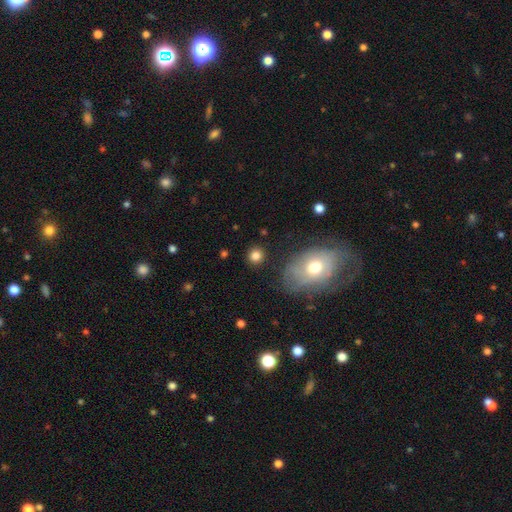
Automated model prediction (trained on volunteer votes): This is clearly a smooth galaxy (82%). How rounded: clearly round (87%). Merging: clearly none (87%).